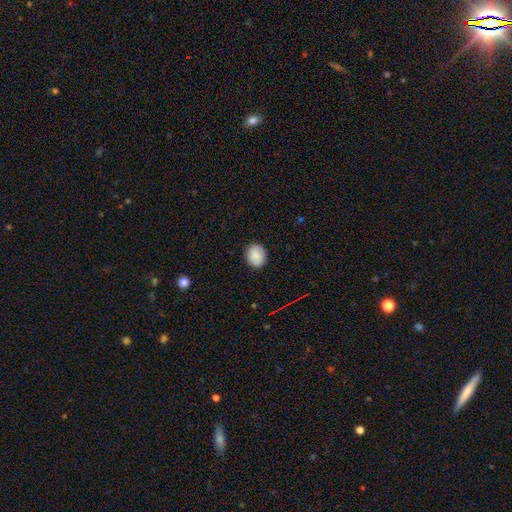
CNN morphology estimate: A smooth galaxy with no disk features (87%) that is round (59%).

Vote fractions:
- Smooth or featured? smooth: 87% / star or artifact: 8% / featured or disk: 5%
- How rounded? round: 59% / in between: 40% / cigar-shaped: 1%
- Merging? none: 89% / minor disturbance: 8% / major disturbance: 2% / merger: 1%